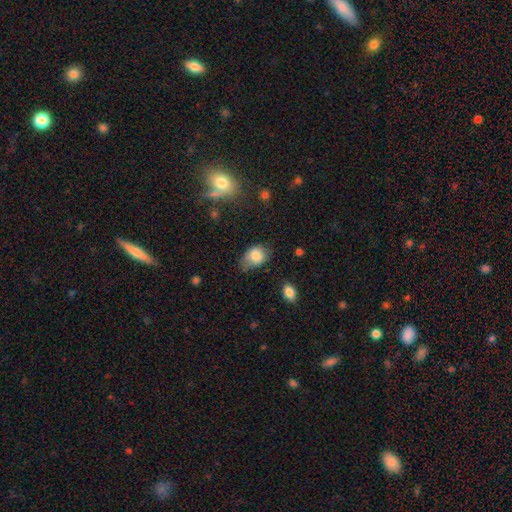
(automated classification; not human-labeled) smooth-or-featured: smooth: 81% | featured or disk: 10% | star or artifact: 9%
  how-rounded: in between: 73% | round: 26% | cigar-shaped: 1%
  merging: none: 45% | minor disturbance: 40% | major disturbance: 12% | merger: 3%